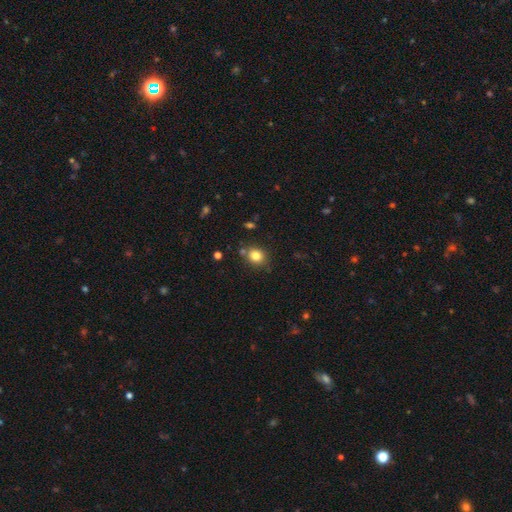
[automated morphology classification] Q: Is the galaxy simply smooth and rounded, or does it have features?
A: smooth — 82%.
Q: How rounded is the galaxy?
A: round — 70%.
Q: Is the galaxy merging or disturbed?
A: none — 79%.